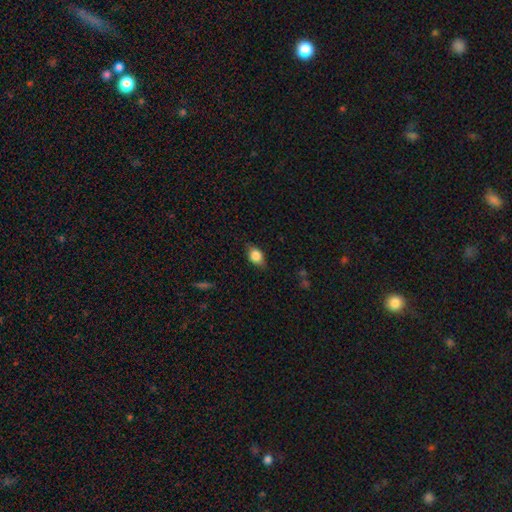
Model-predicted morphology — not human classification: Q: Smooth or featured?
A: smooth (82%); runner-up: featured or disk (10%)
Q: How rounded?
A: in between (76%); runner-up: round (21%)
Q: Merging?
A: none (75%); runner-up: minor disturbance (20%)